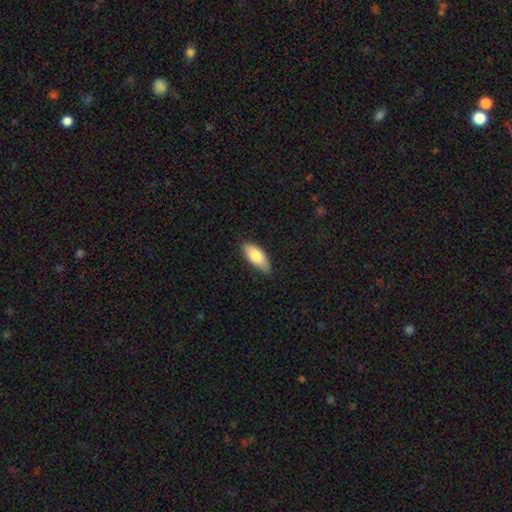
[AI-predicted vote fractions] The model was most divided on "smooth or featured": smooth: 81%, featured or disk: 13%, star or artifact: 6%. More confident: how rounded — in between (84%); merging — none (83%).